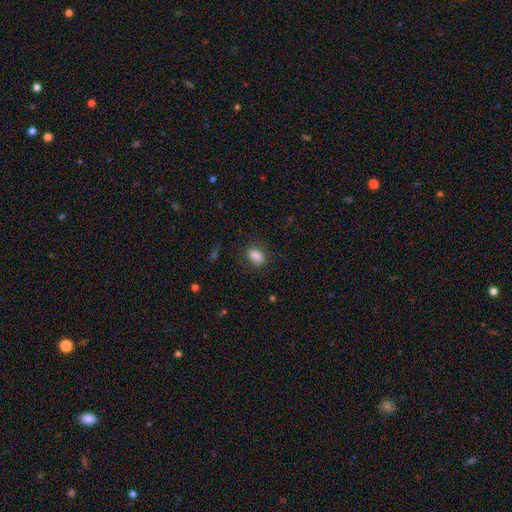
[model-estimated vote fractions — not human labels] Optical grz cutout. It shows a smooth galaxy with no disk features (84%) that is in between round and cigar-shaped (84%). Merging: none (73%).